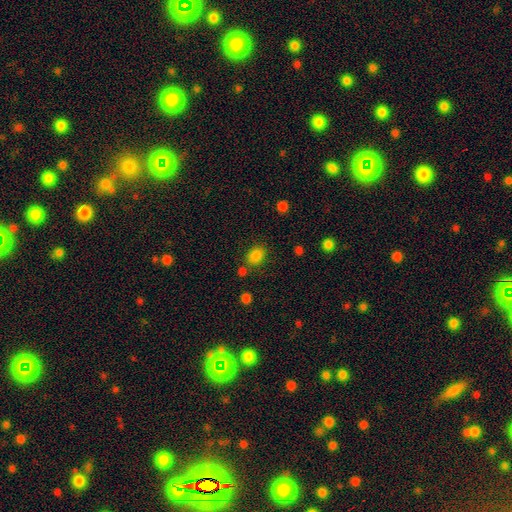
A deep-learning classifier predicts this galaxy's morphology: Overall: smooth (83%). How rounded: in between (58%; round 41%). Merging: none (73%).